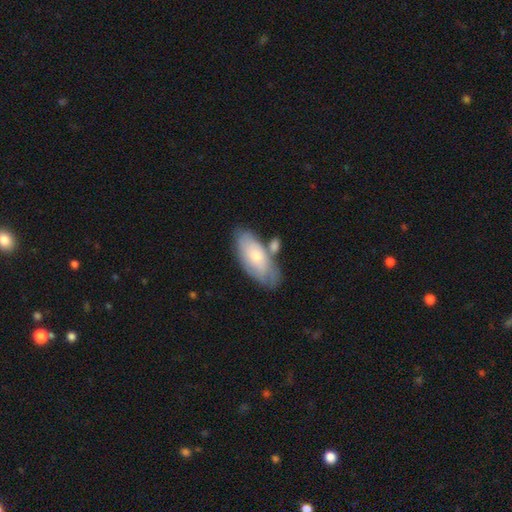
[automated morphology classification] Smooth or featured? smooth (63%)
How rounded? in between (89%)
Merging? none (54%)